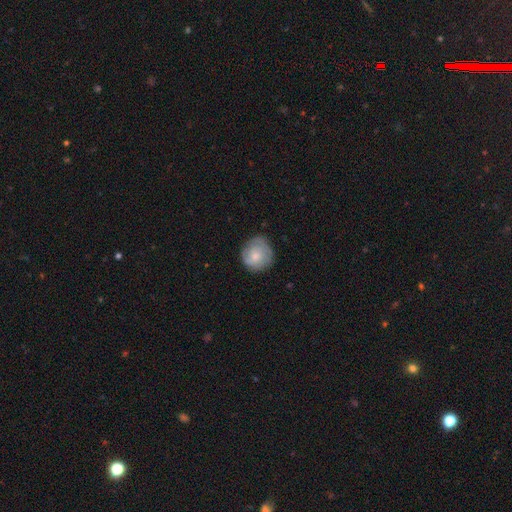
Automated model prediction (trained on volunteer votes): Smooth or featured?
  - smooth: 65% *
  - featured or disk: 29%
  - star or artifact: 7%
How rounded?
  - round: 88% *
  - in between: 11%
  - cigar-shaped: 1%
Merging?
  - none: 70% *
  - minor disturbance: 22%
  - major disturbance: 6%
  - merger: 1%